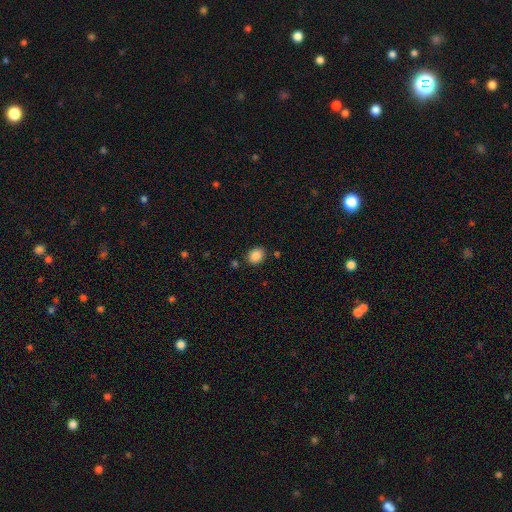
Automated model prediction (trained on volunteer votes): Smooth or featured? smooth (87%)
How rounded? in between (57%)
Merging? none (84%)